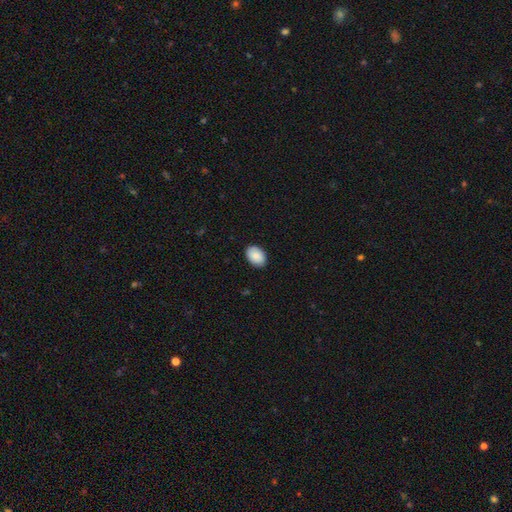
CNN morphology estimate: smooth 87%, star or artifact 6%, featured or disk 6%. Down the decision tree: how rounded — in between (84%); merging — none (88%).